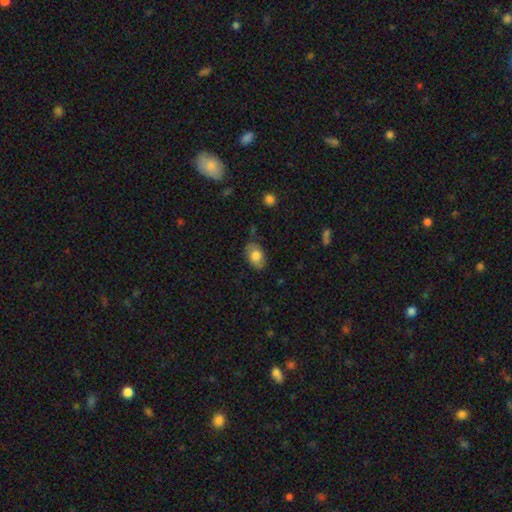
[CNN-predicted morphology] smooth-or-featured: smooth: 75% | featured or disk: 18% | star or artifact: 7%
  how-rounded: in between: 87% | round: 12% | cigar-shaped: 1%
  merging: none: 79% | minor disturbance: 16% | major disturbance: 3% | merger: 2%